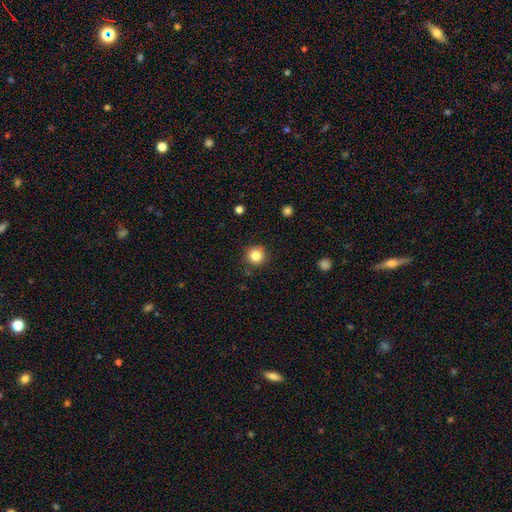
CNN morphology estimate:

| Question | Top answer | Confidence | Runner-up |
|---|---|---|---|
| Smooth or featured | smooth | 83% | star or artifact (11%) |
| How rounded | round | 94% | in between (5%) |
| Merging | none | 88% | minor disturbance (8%) |